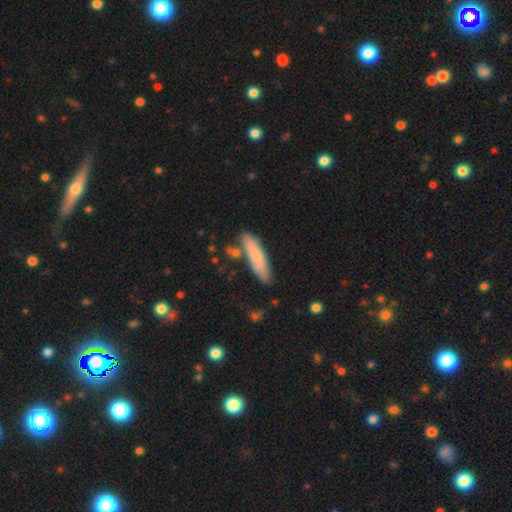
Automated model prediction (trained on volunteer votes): Morphology: type=smooth (63%); roundness=cigar-shaped (69%); merging=none (70%).